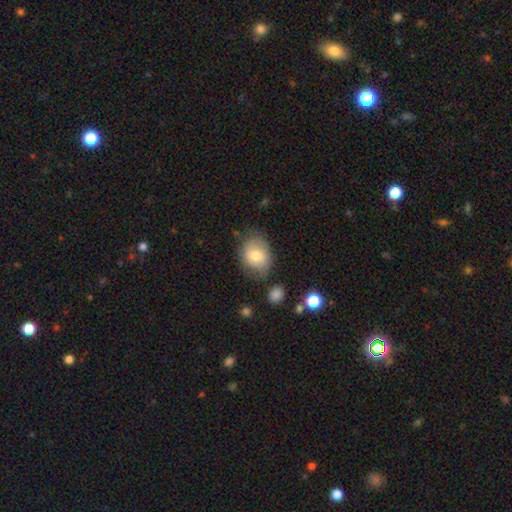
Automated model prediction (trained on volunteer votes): A smooth galaxy with no disk features (69%) that is in between round and cigar-shaped (55%).

Vote fractions:
- Smooth or featured? smooth: 69% / featured or disk: 24% / star or artifact: 8%
- How rounded? in between: 55% / round: 44% / cigar-shaped: 1%
- Merging? none: 63% / minor disturbance: 25% / major disturbance: 9% / merger: 4%